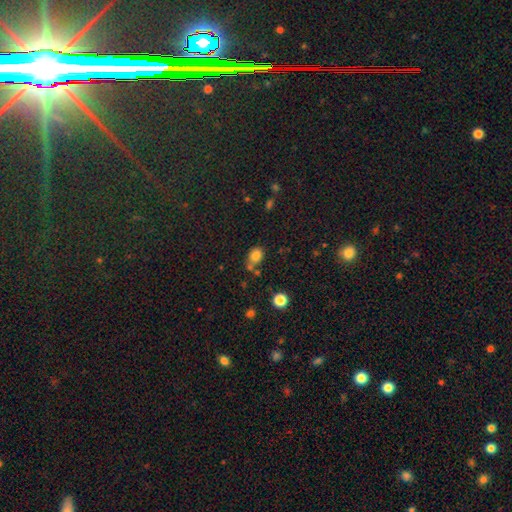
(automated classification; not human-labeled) A smooth galaxy with no disk features (80%) that is round (50%).

Vote fractions:
- Smooth or featured? smooth: 80% / star or artifact: 13% / featured or disk: 7%
- How rounded? round: 50% / in between: 49% / cigar-shaped: 1%
- Merging? none: 56% / merger: 22% / minor disturbance: 17% / major disturbance: 5%